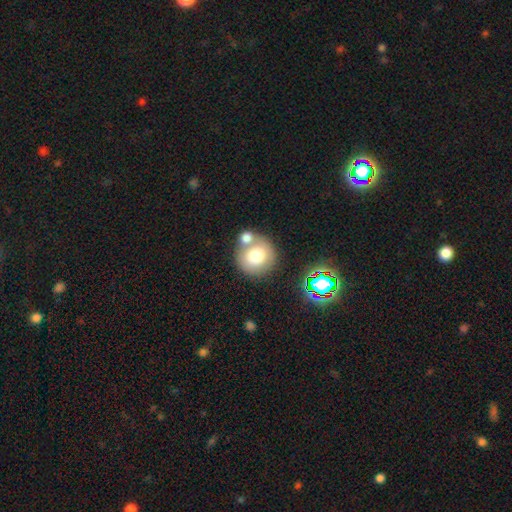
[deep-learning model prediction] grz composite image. It shows a smooth galaxy with no disk features (74%) that is round (91%). Merging: none (58%).